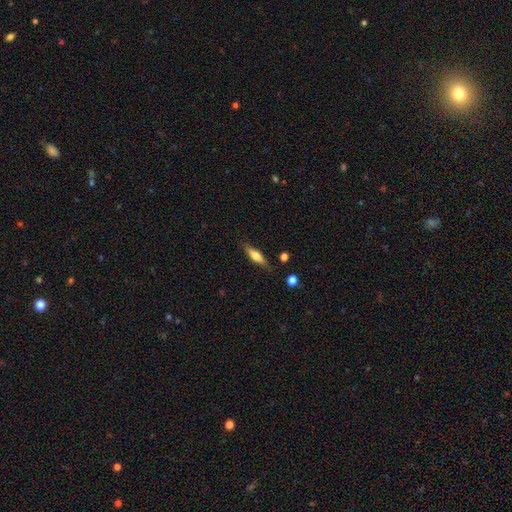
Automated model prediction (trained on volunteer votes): smooth-or-featured: smooth: 52% | featured or disk: 41% | star or artifact: 7%
  how-rounded: cigar-shaped: 63% | in between: 35% | round: 3%
  merging: none: 81% | minor disturbance: 14% | major disturbance: 3% | merger: 2%